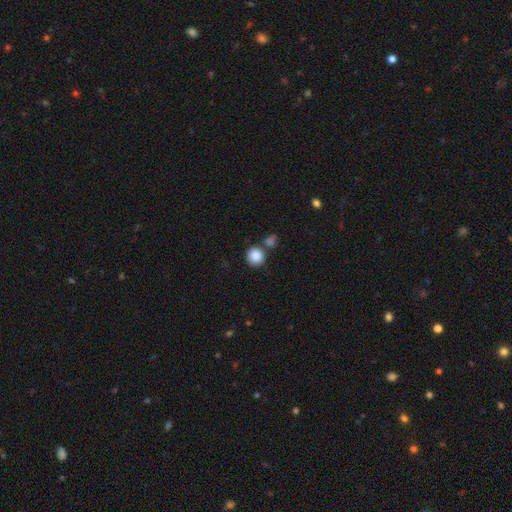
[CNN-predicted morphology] smooth_or_featured: smooth (p=0.87) [alt: star or artifact p=0.08]
how_rounded: round (p=0.90) [alt: in between p=0.09]
merging: none (p=0.71) [alt: merger p=0.17]